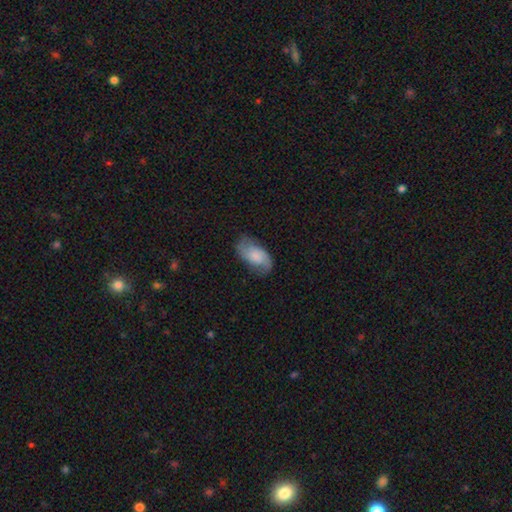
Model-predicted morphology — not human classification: This is possibly a featured or disk galaxy (47%). Merging: likely none (68%).